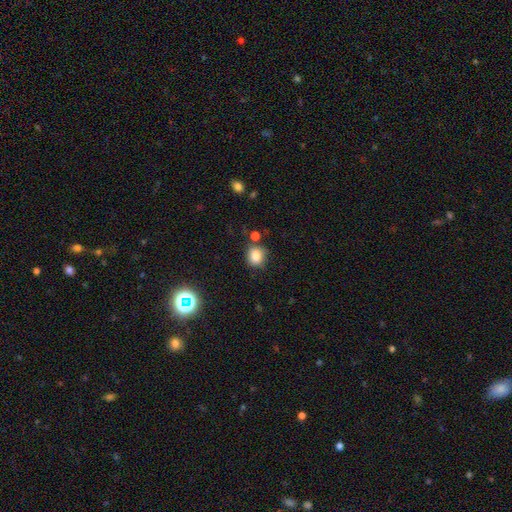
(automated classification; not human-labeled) This is clearly a smooth galaxy (81%). How rounded: likely round (67%). Merging: likely none (72%).